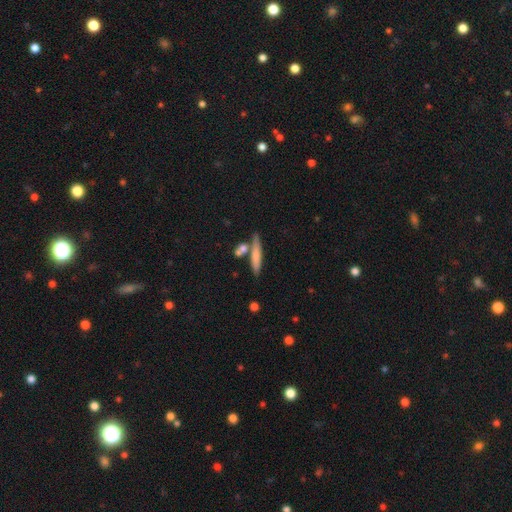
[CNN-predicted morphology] This appears to be a smooth galaxy with no disk features (69%) that is cigar-shaped (86%). Merging: none (67%).